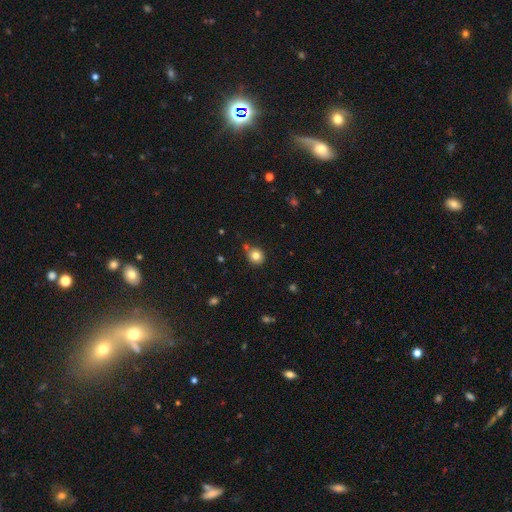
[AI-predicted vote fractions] smooth_or_featured: smooth (p=0.81) [alt: star or artifact p=0.12]
how_rounded: round (p=0.85) [alt: in between p=0.14]
merging: none (p=0.78) [alt: minor disturbance p=0.12]